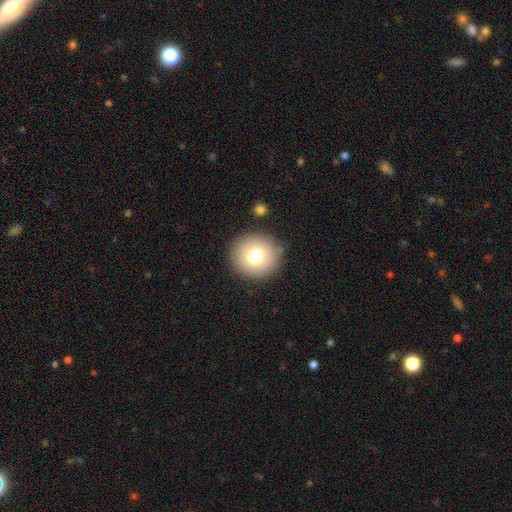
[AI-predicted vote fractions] This appears to be a smooth galaxy with no disk features (74%) that is round (93%). Merging: none (87%).